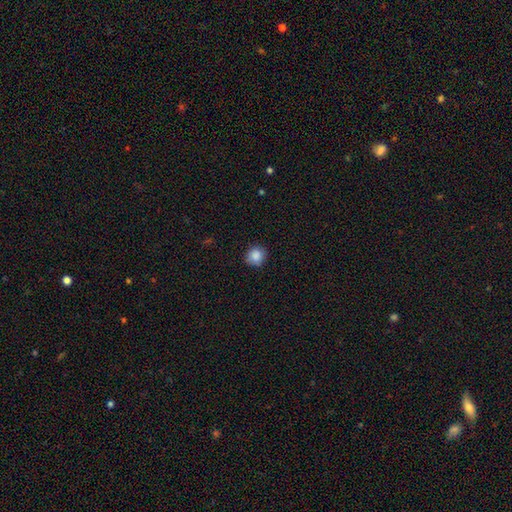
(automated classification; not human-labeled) smooth_or_featured: smooth (p=0.87) [alt: star or artifact p=0.09]
how_rounded: round (p=0.87) [alt: in between p=0.12]
merging: none (p=0.84) [alt: minor disturbance p=0.13]